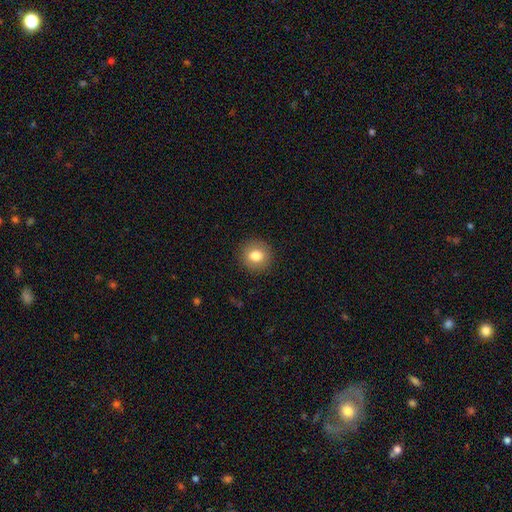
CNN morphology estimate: smooth 80%, featured or disk 10%, star or artifact 10%. Down the decision tree: how rounded — round (87%); merging — none (91%).